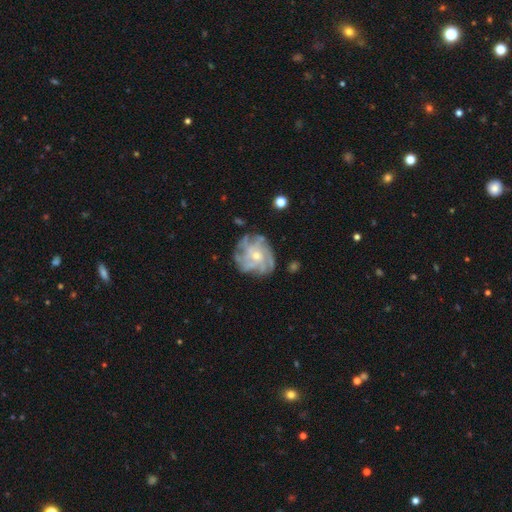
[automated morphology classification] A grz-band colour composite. It shows a featured or disk galaxy (80%) with no bar (79%), tight (56%) spiral arms (88%) and a small central bulge (56%). Merging: none (72%).